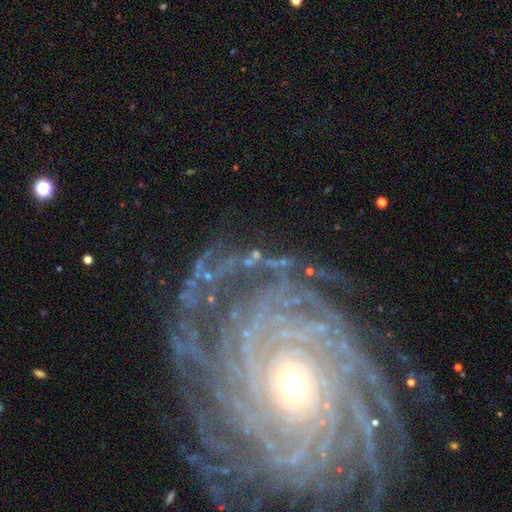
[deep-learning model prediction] Smooth or featured?
  - featured or disk: 60% *
  - star or artifact: 25%
  - smooth: 14%
Edge-on disk?
  - no: 93% *
  - yes: 7%
Bar?
  - no: 56% *
  - weak: 24%
  - strong: 20%
Spiral arms?
  - yes: 78% *
  - no: 22%
Bulge size?
  - small: 53% *
  - moderate: 20%
  - none: 19%
  - large: 5%
  - dominant: 3%
Merging?
  - none: 61% *
  - minor disturbance: 17%
  - major disturbance: 16%
  - merger: 5%